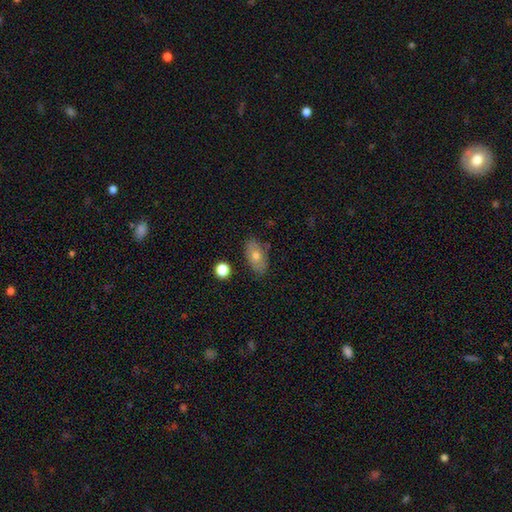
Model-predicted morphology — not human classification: type=smooth (64%); roundness=in between (88%); merging=none (81%).